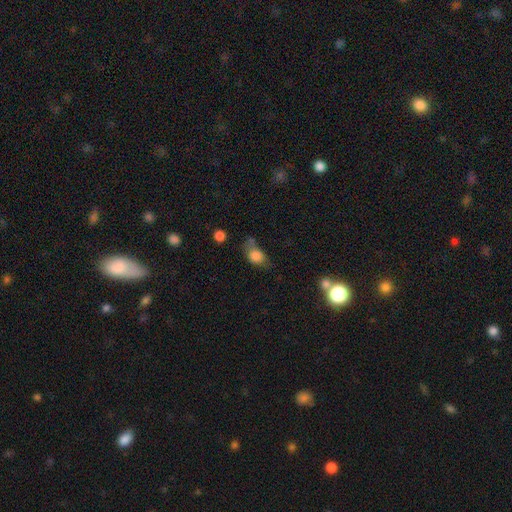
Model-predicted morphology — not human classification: This appears to be a smooth galaxy with no disk features (78%) that is in between round and cigar-shaped (66%). Merging: none (35%).